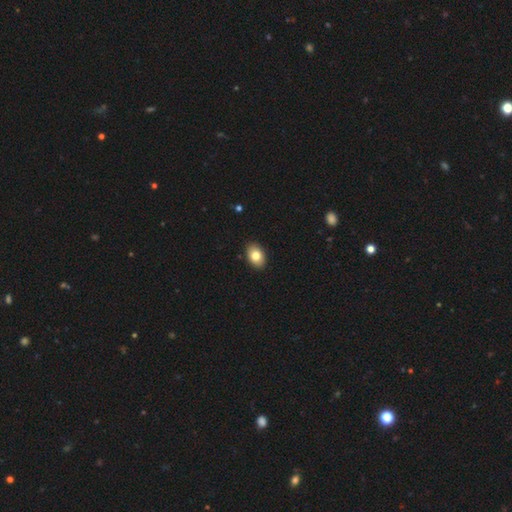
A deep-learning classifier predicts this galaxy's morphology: Smooth or featured? smooth (81%)
How rounded? in between (87%)
Merging? none (90%)